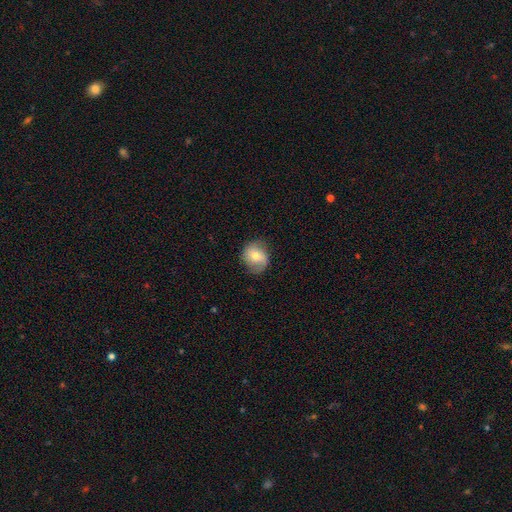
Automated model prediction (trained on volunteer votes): Smooth or featured: smooth — 50% (featured or disk — 42%)
How rounded: round — 74% (in between — 25%)
Merging: none — 74% (minor disturbance — 19%)